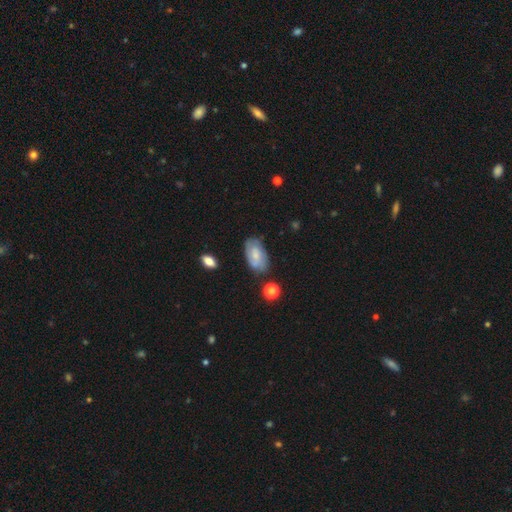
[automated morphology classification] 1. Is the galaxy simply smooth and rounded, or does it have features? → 49% smooth, 44% featured or disk, 7% star or artifact.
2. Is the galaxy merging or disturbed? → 71% none, 21% minor disturbance, 5% major disturbance, 3% merger.